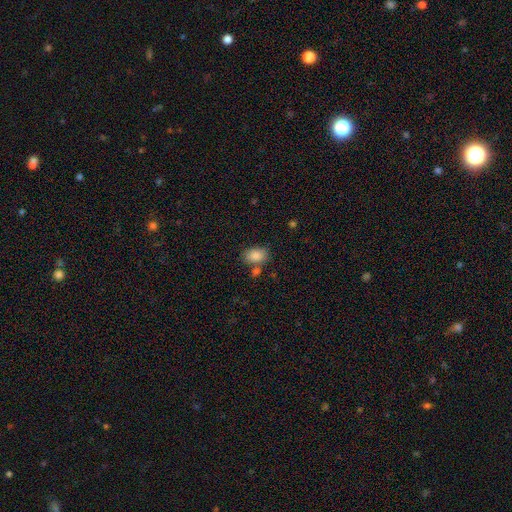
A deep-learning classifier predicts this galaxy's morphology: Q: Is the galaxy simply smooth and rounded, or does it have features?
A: smooth — 87%.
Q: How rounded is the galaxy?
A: in between — 82%.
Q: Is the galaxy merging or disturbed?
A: none — 67%.